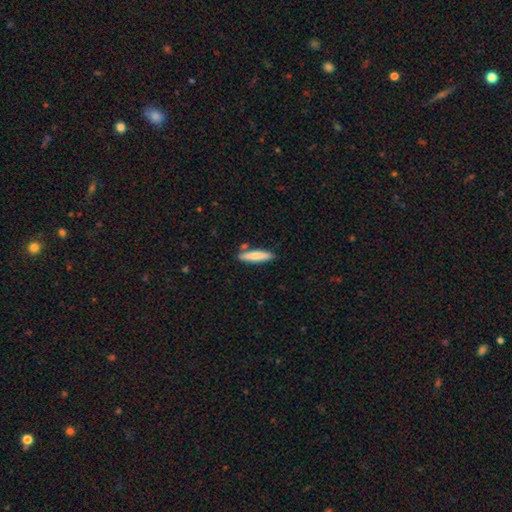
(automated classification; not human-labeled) Overall: smooth (74%). How rounded: cigar-shaped (82%). Merging: none (80%).